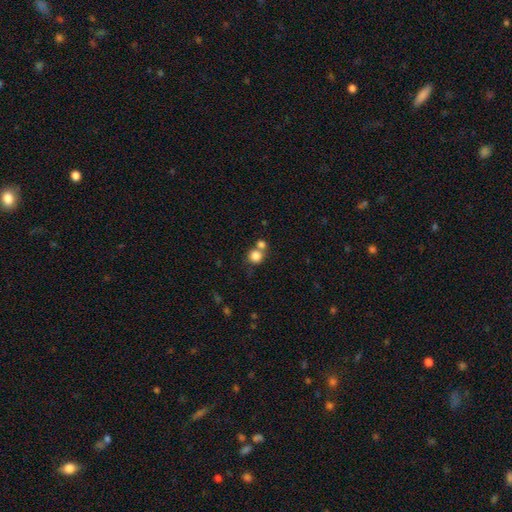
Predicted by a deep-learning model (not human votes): The model was most divided on "merging": none: 50%, merger: 38%, minor disturbance: 8%, major disturbance: 4%. More confident: how rounded — round (88%); smooth or featured — smooth (82%).